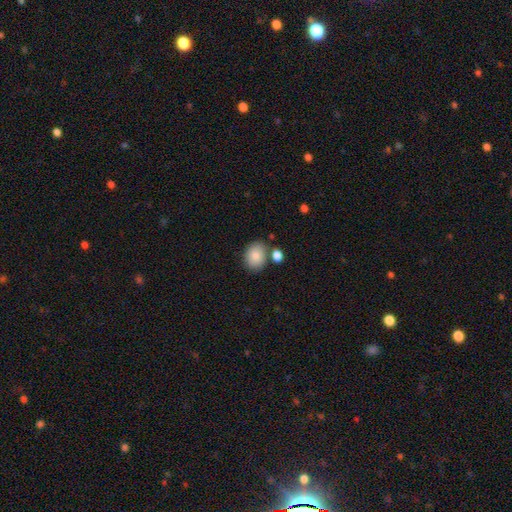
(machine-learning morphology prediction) Overall: smooth (84%). How rounded: in between (60%; round 39%). Merging: none (69%).